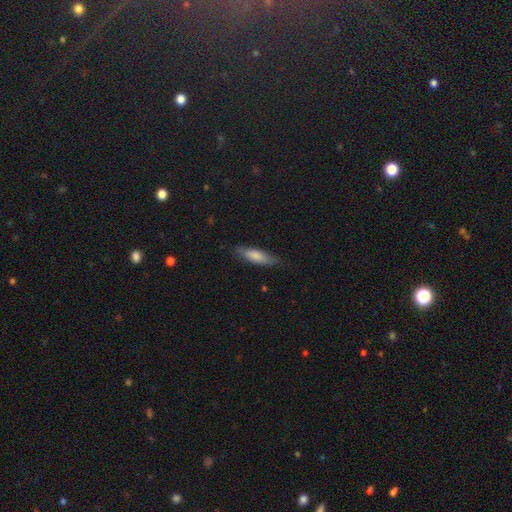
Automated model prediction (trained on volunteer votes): smooth-or-featured: smooth: 78% | featured or disk: 17% | star or artifact: 6%
  how-rounded: cigar-shaped: 55% | in between: 43% | round: 2%
  merging: none: 79% | minor disturbance: 16% | major disturbance: 3% | merger: 1%